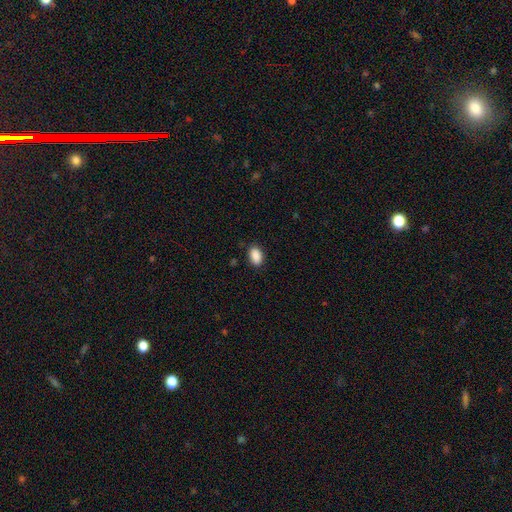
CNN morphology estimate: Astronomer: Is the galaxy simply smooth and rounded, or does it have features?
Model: smooth — 90%.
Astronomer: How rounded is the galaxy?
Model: in between — 90%.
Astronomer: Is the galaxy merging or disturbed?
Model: none — 86%.